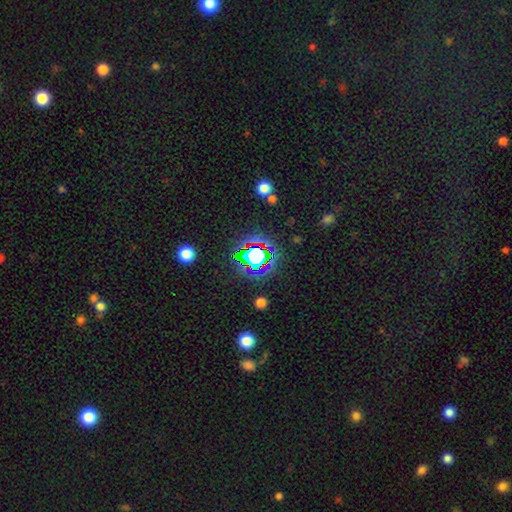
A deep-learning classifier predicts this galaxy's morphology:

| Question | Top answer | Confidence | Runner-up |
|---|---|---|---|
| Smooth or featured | star or artifact | 61% | smooth (25%) |